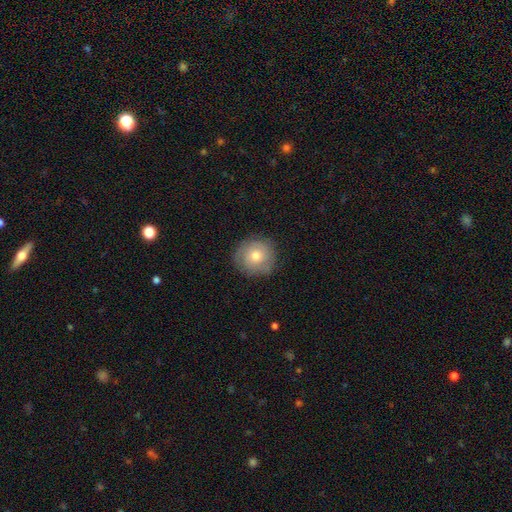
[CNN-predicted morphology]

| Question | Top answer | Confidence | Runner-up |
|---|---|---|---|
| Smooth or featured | smooth | 64% | featured or disk (28%) |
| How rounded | round | 90% | in between (9%) |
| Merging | none | 82% | minor disturbance (14%) |